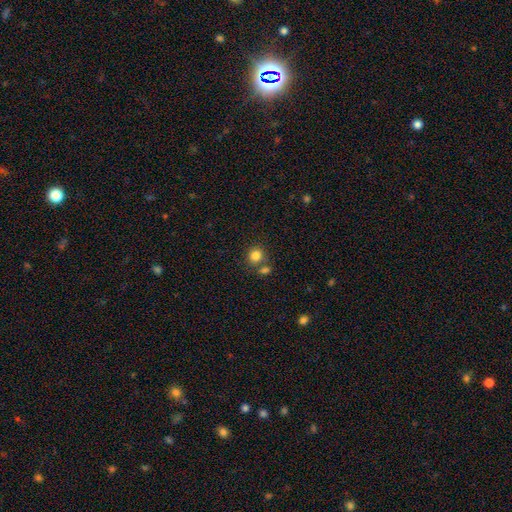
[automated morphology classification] Smooth or featured?
  - smooth: 83% *
  - star or artifact: 11%
  - featured or disk: 6%
How rounded?
  - round: 81% *
  - in between: 18%
  - cigar-shaped: 1%
Merging?
  - none: 65% *
  - merger: 22%
  - minor disturbance: 10%
  - major disturbance: 4%